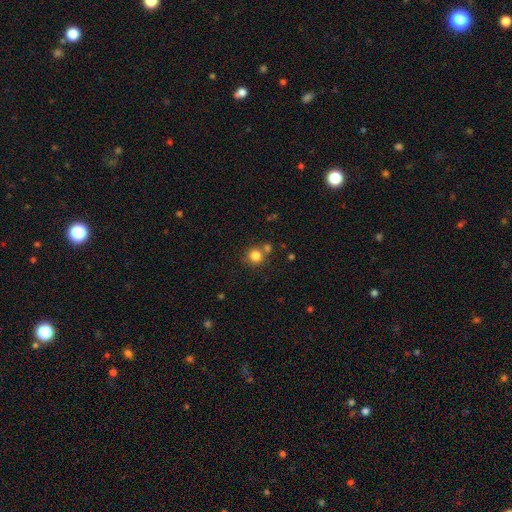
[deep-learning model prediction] smooth 82%, star or artifact 12%, featured or disk 6%. Down the decision tree: how rounded — round (91%); merging — none (67%).